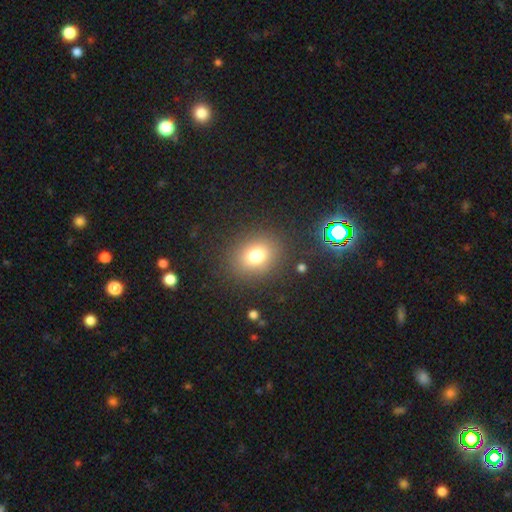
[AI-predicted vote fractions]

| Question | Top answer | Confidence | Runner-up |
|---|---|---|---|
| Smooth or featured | smooth | 74% | star or artifact (16%) |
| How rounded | round | 56% | in between (43%) |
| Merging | none | 85% | minor disturbance (9%) |